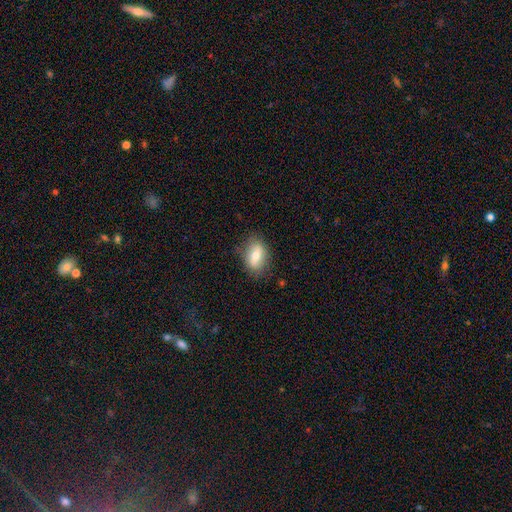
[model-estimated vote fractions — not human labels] Overall: smooth (61%; featured or disk 32%). How rounded: in between (80%). Merging: none (79%).